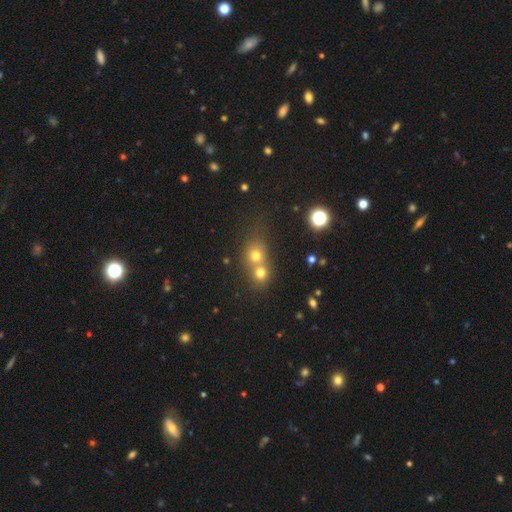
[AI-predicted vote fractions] The model was most divided on "merging": merger: 58%, none: 34%, minor disturbance: 6%, major disturbance: 3%. More confident: how rounded — round (78%); smooth or featured — smooth (68%).